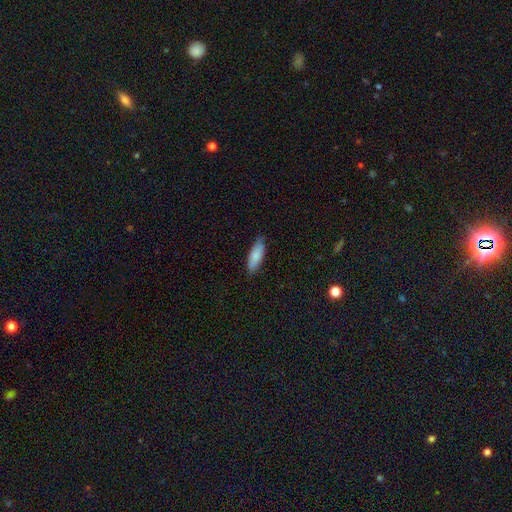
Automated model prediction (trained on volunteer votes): smooth-or-featured: smooth: 84% | featured or disk: 11% | star or artifact: 6%
  how-rounded: in between: 64% | cigar-shaped: 35% | round: 2%
  merging: none: 80% | minor disturbance: 17% | major disturbance: 3% | merger: 1%